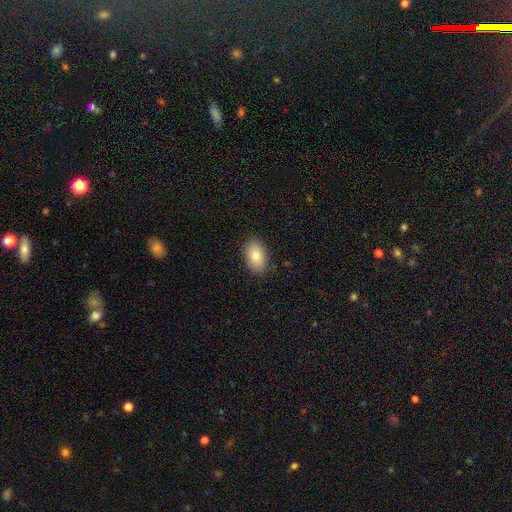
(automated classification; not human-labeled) This appears to be a smooth galaxy with no disk features (81%) that is in between round and cigar-shaped (89%). Merging: none (87%).